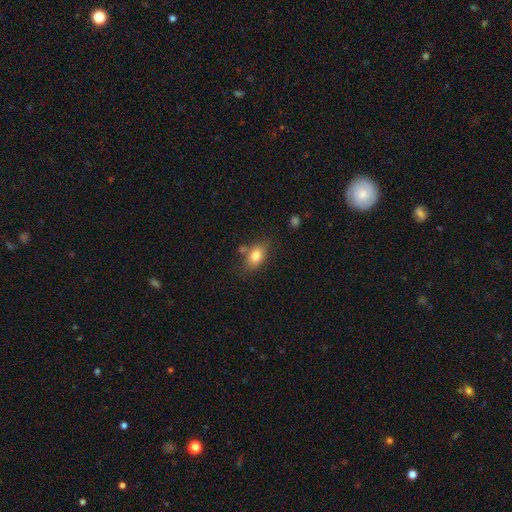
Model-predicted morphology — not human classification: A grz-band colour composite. It shows a smooth galaxy with no disk features (80%) that is in between round and cigar-shaped (81%). Merging: none (67%).